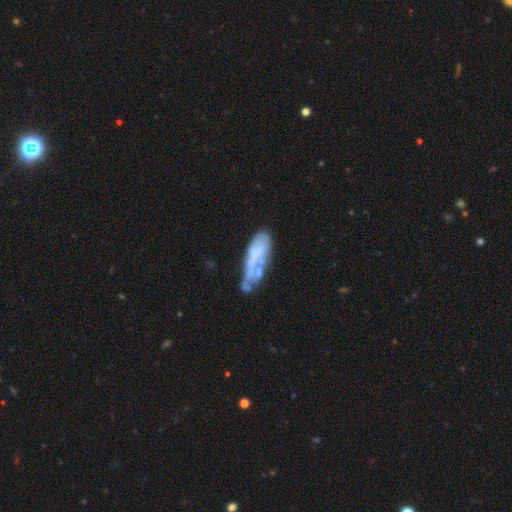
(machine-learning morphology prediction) Smooth or featured? featured or disk (52%)
Edge-on disk? no (82%)
Merging? none (39%)